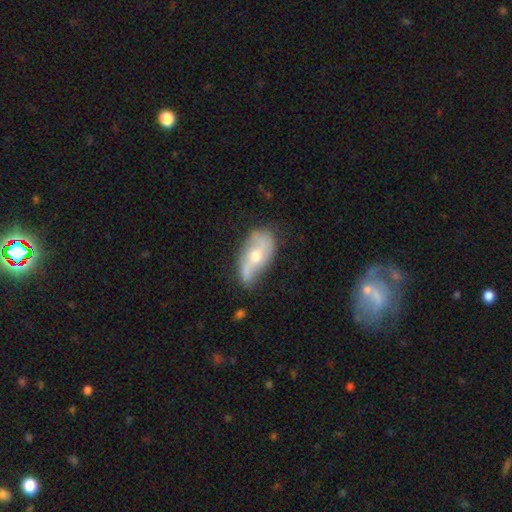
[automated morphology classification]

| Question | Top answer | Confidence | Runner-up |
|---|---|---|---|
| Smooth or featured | featured or disk | 63% | smooth (31%) |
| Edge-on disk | no | 90% | yes (10%) |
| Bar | no | 59% | weak (29%) |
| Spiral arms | yes | 76% | no (24%) |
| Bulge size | moderate | 68% | small (25%) |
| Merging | none | 50% | minor disturbance (33%) |